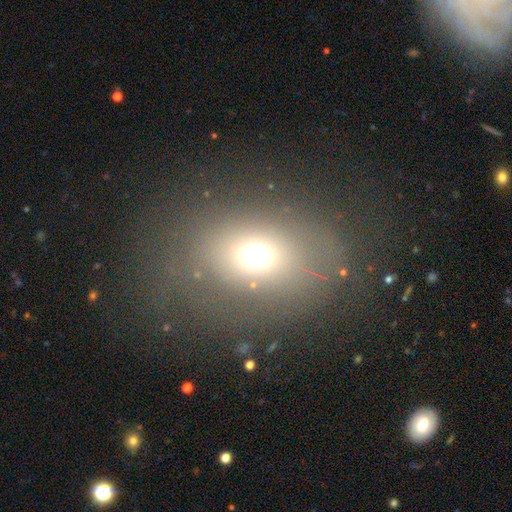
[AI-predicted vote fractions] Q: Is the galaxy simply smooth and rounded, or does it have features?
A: smooth — 64%.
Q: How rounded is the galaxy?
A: in between — 51%.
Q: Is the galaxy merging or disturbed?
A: none — 69%.